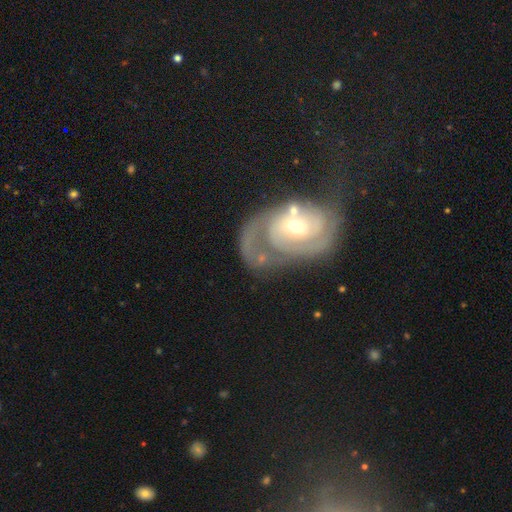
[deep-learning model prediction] Smooth or featured: featured or disk — 84% (smooth — 10%)
Edge-on disk: no — 97% (yes — 3%)
Bar: no — 65% (weak — 27%)
Spiral arms: yes — 92% (no — 8%)
Spiral winding: tight — 51% (medium — 35%)
Spiral arm count: 2 — 49% (can't tell — 20%)
Bulge size: small — 52% (moderate — 43%)
Merging: none — 35% (major disturbance — 24%)